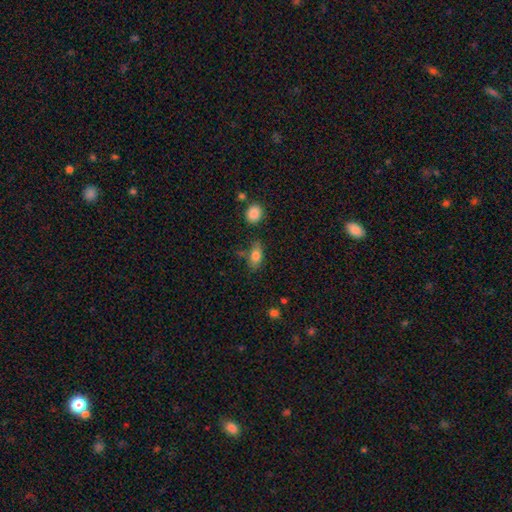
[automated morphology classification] Smooth or featured? smooth (78%)
How rounded? in between (83%)
Merging? none (68%)